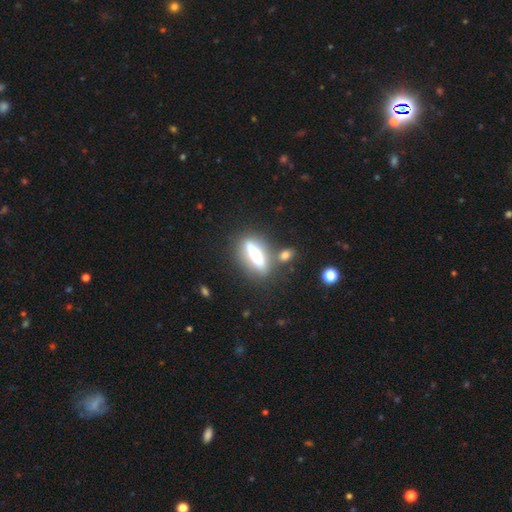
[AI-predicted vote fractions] This appears to be a smooth galaxy with no disk features (52%) that is cigar-shaped (50%). Merging: none (67%).